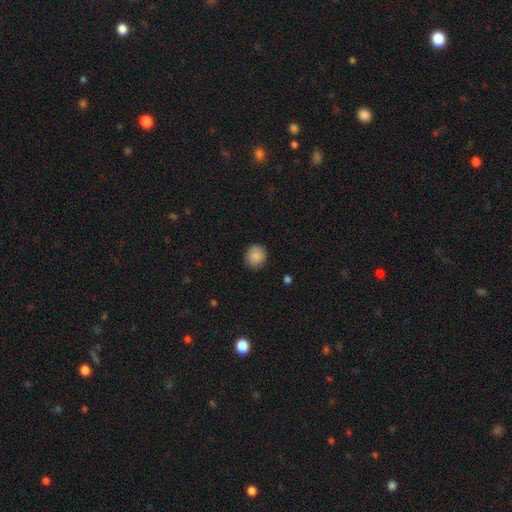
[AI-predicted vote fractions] The model was most divided on "how rounded": round: 86%, in between: 13%, cigar-shaped: 1%. More confident: merging — none (87%); smooth or featured — smooth (87%).